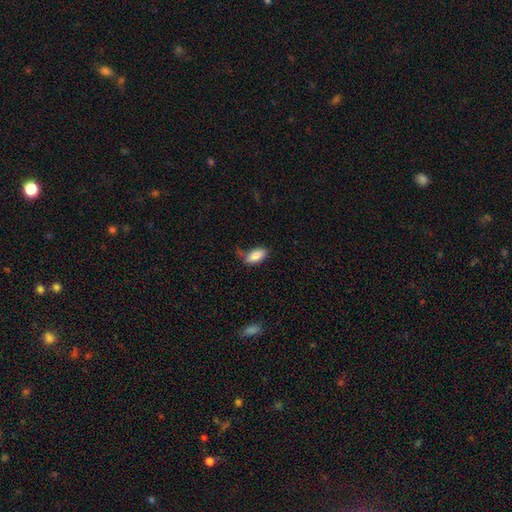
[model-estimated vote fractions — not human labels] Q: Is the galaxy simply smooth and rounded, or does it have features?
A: smooth — 87%.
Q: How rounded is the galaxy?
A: in between — 91%.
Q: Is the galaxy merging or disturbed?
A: none — 58%.